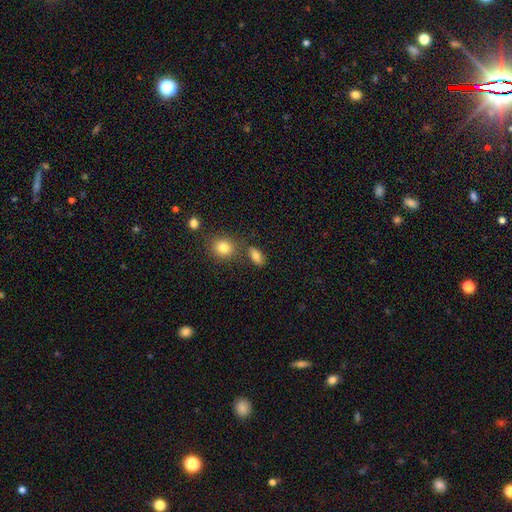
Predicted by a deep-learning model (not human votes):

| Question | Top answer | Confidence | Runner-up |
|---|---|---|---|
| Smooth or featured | smooth | 81% | star or artifact (10%) |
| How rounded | in between | 84% | round (11%) |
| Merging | none | 72% | minor disturbance (13%) |